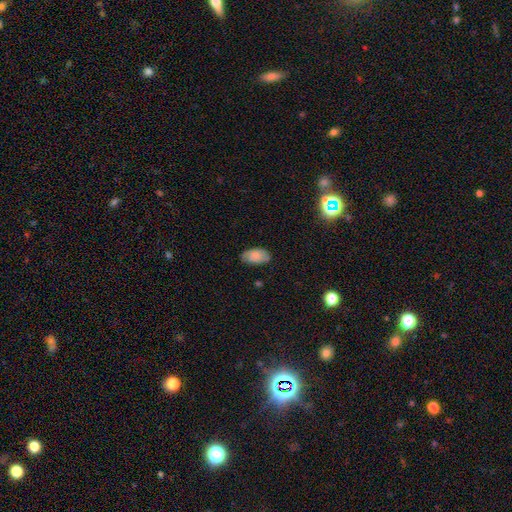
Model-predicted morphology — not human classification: smooth 72%, featured or disk 19%, star or artifact 9%. Down the decision tree: how rounded — in between (94%); merging — none (77%).